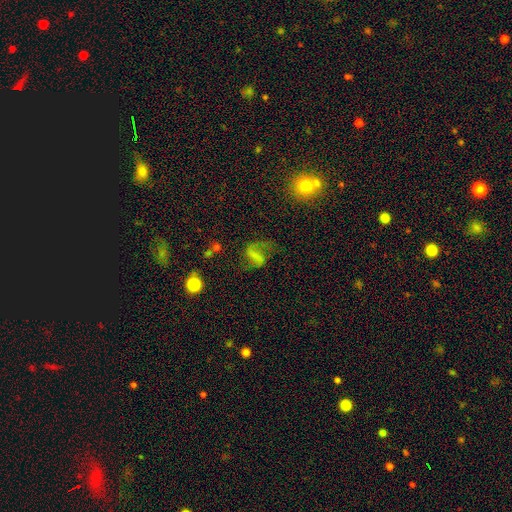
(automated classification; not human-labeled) Smooth or featured? Predicted: featured or disk (p=0.58). Edge-on disk? Predicted: no (p=0.96). Bar? Predicted: strong (p=0.51). Spiral arms? Predicted: yes (p=0.79). Bulge size? Predicted: none (p=0.67). Merging? Predicted: none (p=0.54).